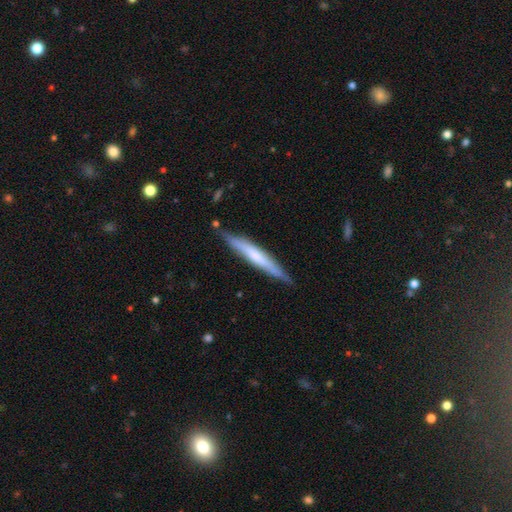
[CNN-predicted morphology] smooth_or_featured: smooth (p=0.50) [alt: featured or disk p=0.45]
merging: none (p=0.82) [alt: minor disturbance p=0.14]